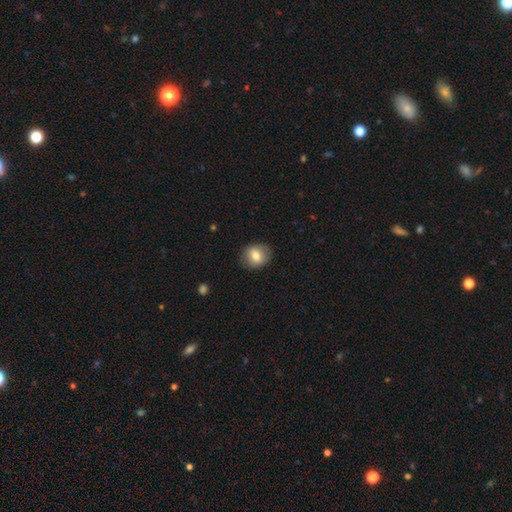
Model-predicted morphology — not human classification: Q: Smooth or featured?
A: smooth (75%); runner-up: featured or disk (16%)
Q: How rounded?
A: round (68%); runner-up: in between (31%)
Q: Merging?
A: none (85%); runner-up: minor disturbance (11%)